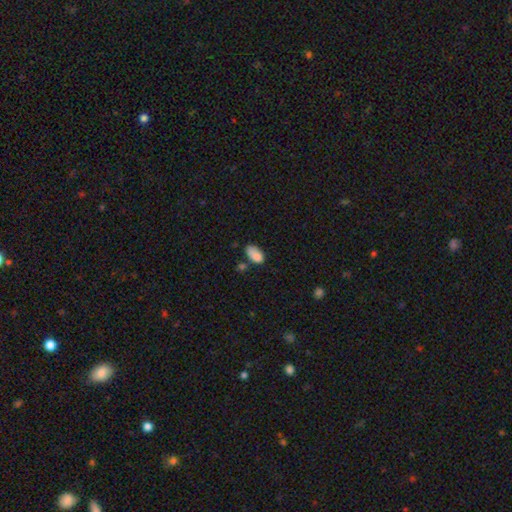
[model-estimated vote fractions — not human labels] Morphology: type=smooth (83%); roundness=in between (92%); merging=none (47%).